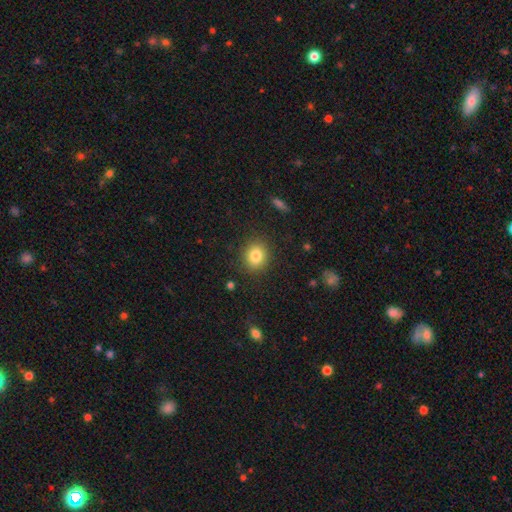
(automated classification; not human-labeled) A smooth galaxy with no disk features (83%) that is round (70%).

Vote fractions:
- Smooth or featured? smooth: 83% / star or artifact: 10% / featured or disk: 7%
- How rounded? round: 70% / in between: 29% / cigar-shaped: 1%
- Merging? none: 87% / minor disturbance: 9% / major disturbance: 3% / merger: 1%